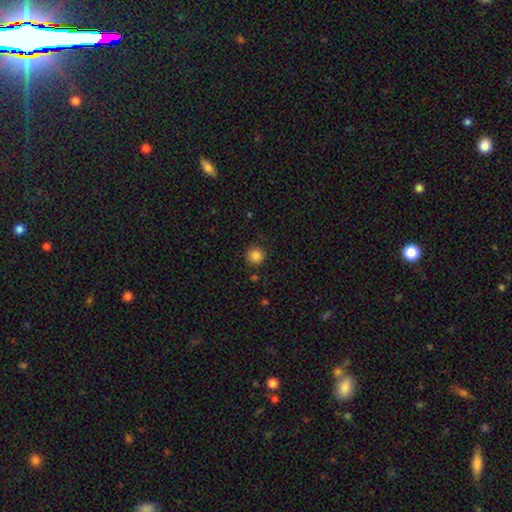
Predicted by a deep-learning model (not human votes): Q: Smooth or featured?
A: smooth (85%); runner-up: star or artifact (11%)
Q: How rounded?
A: round (95%); runner-up: in between (4%)
Q: Merging?
A: none (88%); runner-up: minor disturbance (8%)